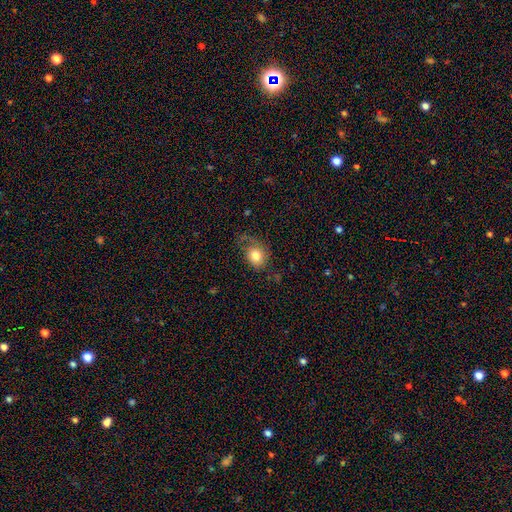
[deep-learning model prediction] Smooth or featured: smooth — 73% (featured or disk — 19%)
How rounded: round — 51% (in between — 48%)
Merging: none — 46% (minor disturbance — 28%)